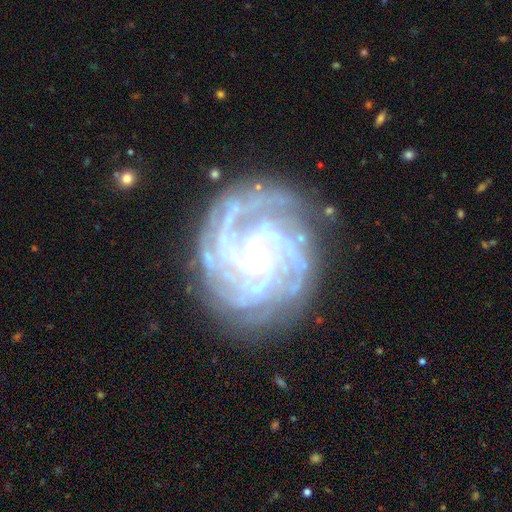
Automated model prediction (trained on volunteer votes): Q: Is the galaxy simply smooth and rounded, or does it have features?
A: featured or disk — 91%.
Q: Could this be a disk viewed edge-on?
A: no — 98%.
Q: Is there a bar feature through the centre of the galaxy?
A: no — 67%.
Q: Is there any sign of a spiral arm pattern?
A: yes — 98%.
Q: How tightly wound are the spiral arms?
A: tight — 72%.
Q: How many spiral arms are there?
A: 4 — 29%.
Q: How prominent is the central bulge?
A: small — 86%.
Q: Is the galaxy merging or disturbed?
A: none — 78%.